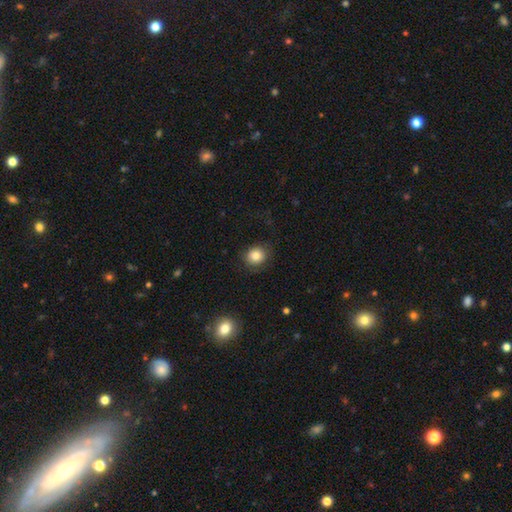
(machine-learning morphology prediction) This is clearly a smooth galaxy (83%). How rounded: clearly round (81%). Merging: clearly none (84%).